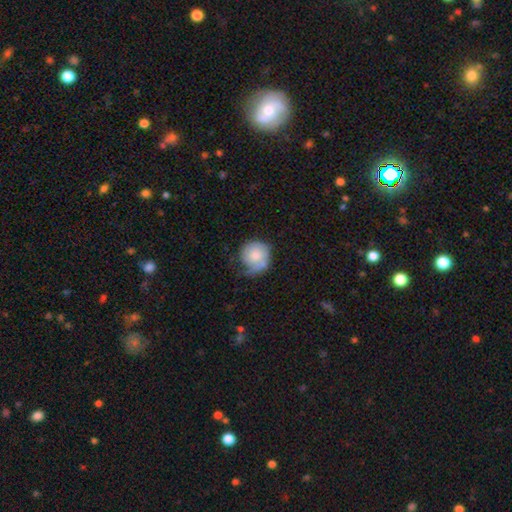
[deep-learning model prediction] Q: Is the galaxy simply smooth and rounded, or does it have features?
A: smooth — 63%.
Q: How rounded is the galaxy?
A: round — 87%.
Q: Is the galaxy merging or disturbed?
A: none — 41%.